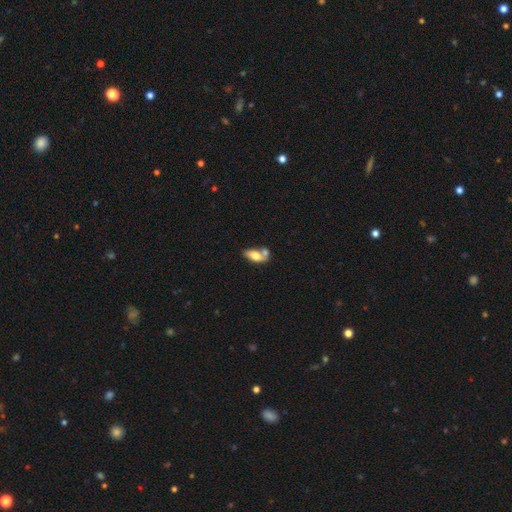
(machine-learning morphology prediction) This appears to be a smooth galaxy with no disk features (68%) that is in between round and cigar-shaped (86%). Merging: merger (49%).